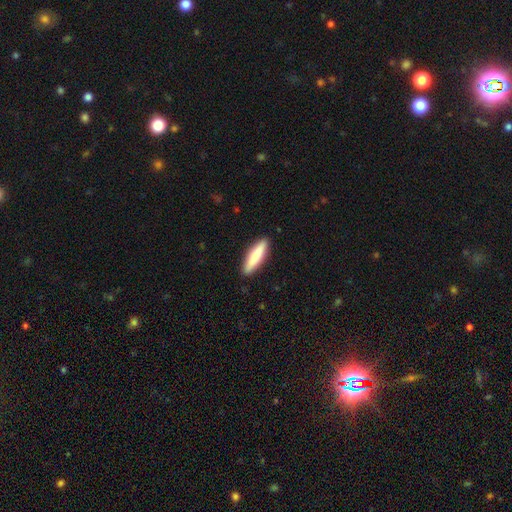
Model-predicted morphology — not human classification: smooth_or_featured: smooth (p=0.78) [alt: featured or disk p=0.17]
how_rounded: cigar-shaped (p=0.77) [alt: in between p=0.21]
merging: none (p=0.90) [alt: minor disturbance p=0.07]